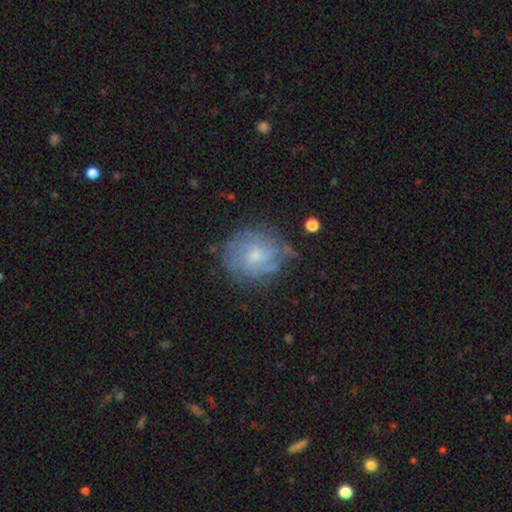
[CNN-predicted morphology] Smooth or featured? Predicted: featured or disk (p=0.67). Edge-on disk? Predicted: no (p=0.98). Bar? Predicted: no (p=0.72). Spiral arms? Predicted: yes (p=0.85). Spiral winding? Predicted: tight (p=0.56). Spiral arm count? Predicted: can't tell (p=0.50). Bulge size? Predicted: small (p=0.60). Merging? Predicted: none (p=0.69).